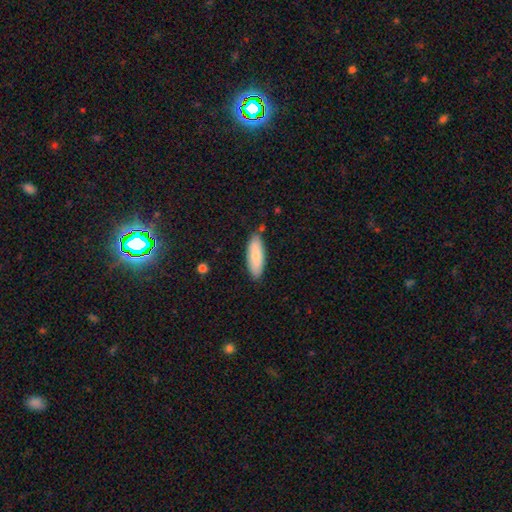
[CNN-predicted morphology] Q: Smooth or featured?
A: smooth (82%); runner-up: featured or disk (12%)
Q: How rounded?
A: in between (65%); runner-up: cigar-shaped (34%)
Q: Merging?
A: none (82%); runner-up: minor disturbance (13%)